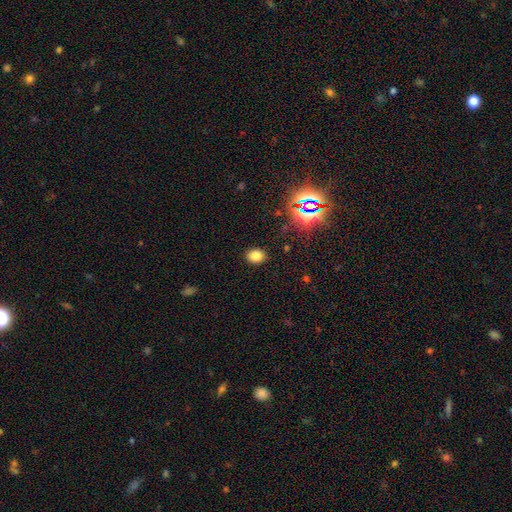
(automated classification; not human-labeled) Overall: smooth (79%). How rounded: in between (55%; round 44%). Merging: none (88%).